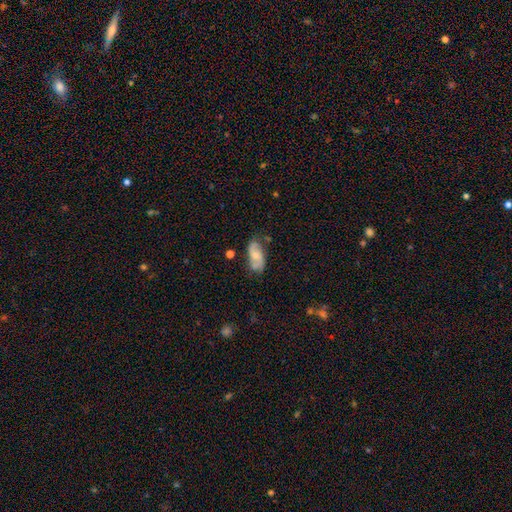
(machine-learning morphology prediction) smooth-or-featured: featured or disk: 53% | smooth: 40% | star or artifact: 7%
  disk-edge-on: no: 93% | yes: 7%
  merging: none: 66% | minor disturbance: 23% | major disturbance: 6% | merger: 4%